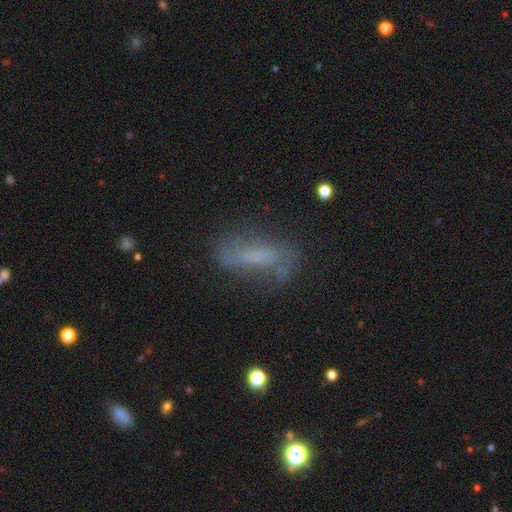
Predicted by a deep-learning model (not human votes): This is possibly a smooth galaxy (46%). Merging: likely none (60%).